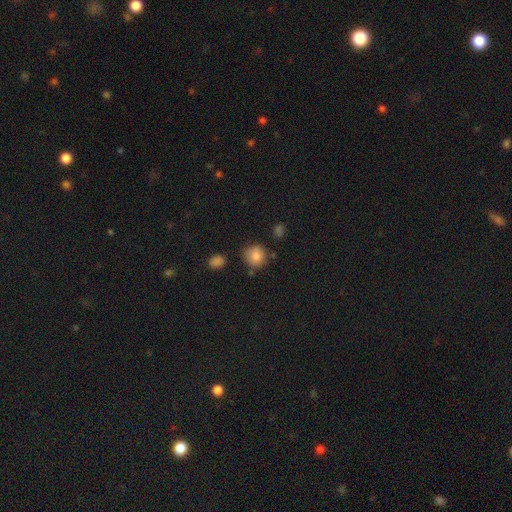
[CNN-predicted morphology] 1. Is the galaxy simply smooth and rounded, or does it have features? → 85% smooth, 10% star or artifact, 5% featured or disk.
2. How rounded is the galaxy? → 88% round, 11% in between, 1% cigar-shaped.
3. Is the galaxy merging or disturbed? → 78% none, 13% minor disturbance, 5% merger, 3% major disturbance.